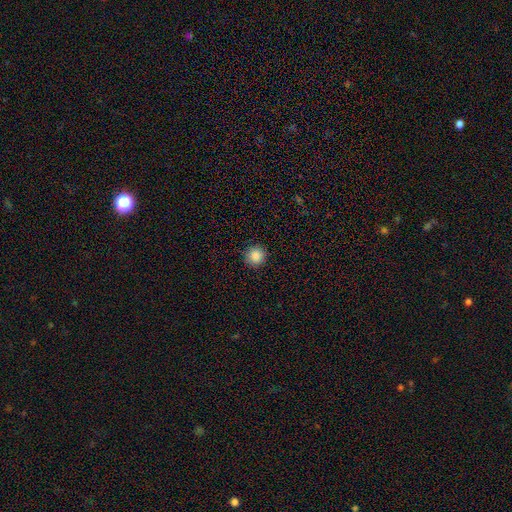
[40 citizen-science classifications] Smooth or featured? 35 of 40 (88%) said smooth. How rounded? 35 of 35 (100%) said round. Merging? 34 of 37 (92%) said none.